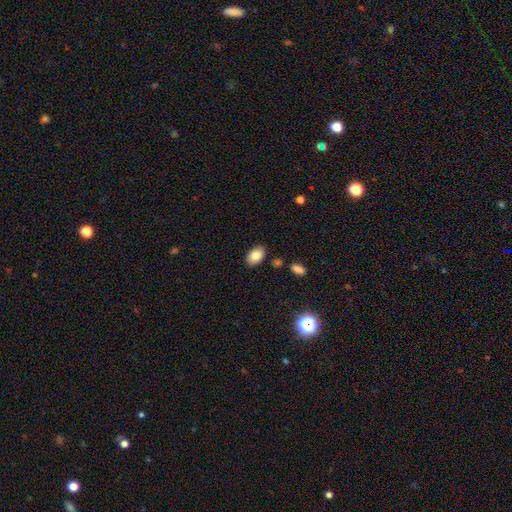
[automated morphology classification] This is clearly a smooth galaxy (85%). How rounded: clearly in between (88%). Merging: clearly none (84%).